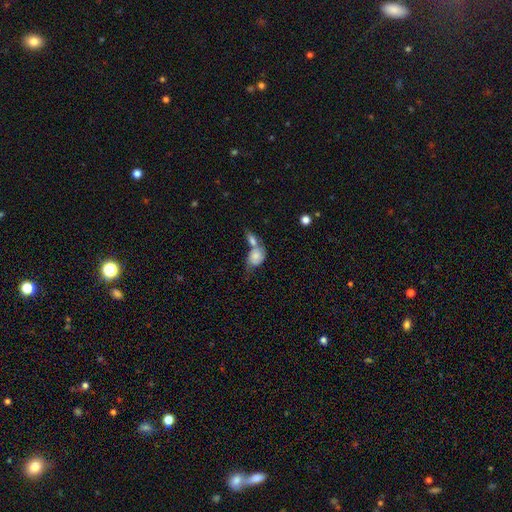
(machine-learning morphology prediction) type=smooth (69%); roundness=in between (62%); merging=merger (61%).